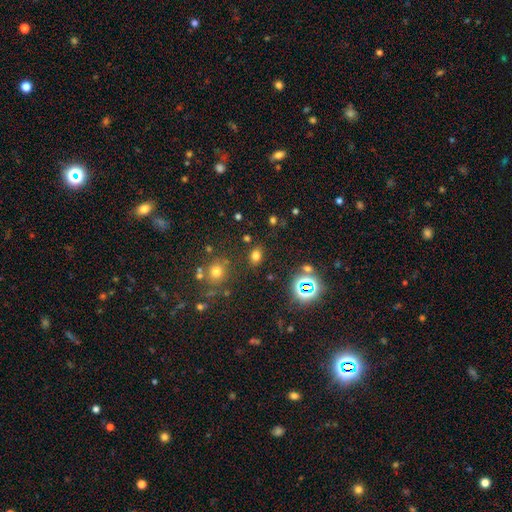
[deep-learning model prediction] A smooth galaxy with no disk features (70%) that is in between round and cigar-shaped (67%). Merging: none (81%).